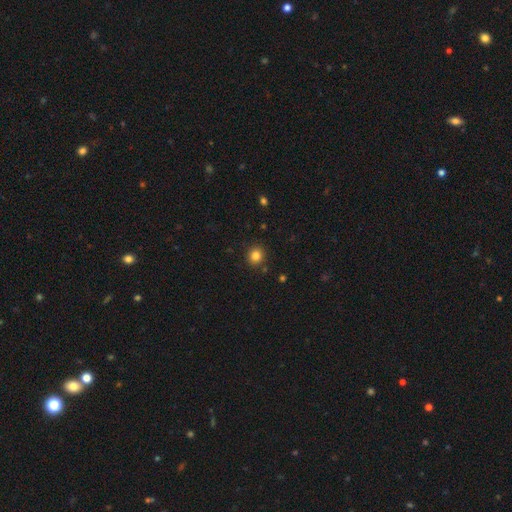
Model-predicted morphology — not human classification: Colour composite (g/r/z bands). It shows a smooth galaxy with no disk features (82%) that is round (86%). Merging: none (89%).